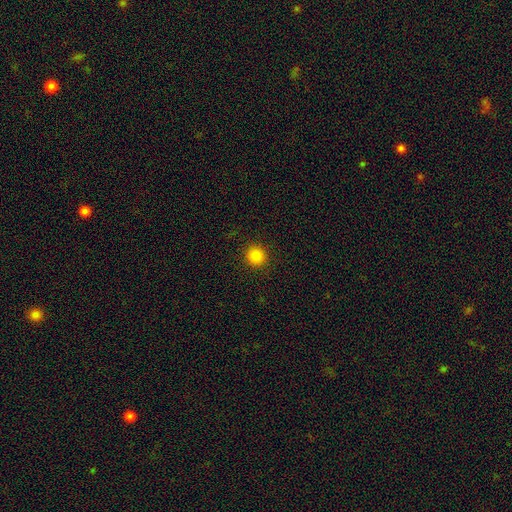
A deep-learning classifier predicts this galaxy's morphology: A smooth galaxy with no disk features (85%) that is round (93%).

Vote fractions:
- Smooth or featured? smooth: 85% / star or artifact: 12% / featured or disk: 3%
- How rounded? round: 93% / in between: 6% / cigar-shaped: 1%
- Merging? none: 92% / minor disturbance: 5% / major disturbance: 2% / merger: 1%